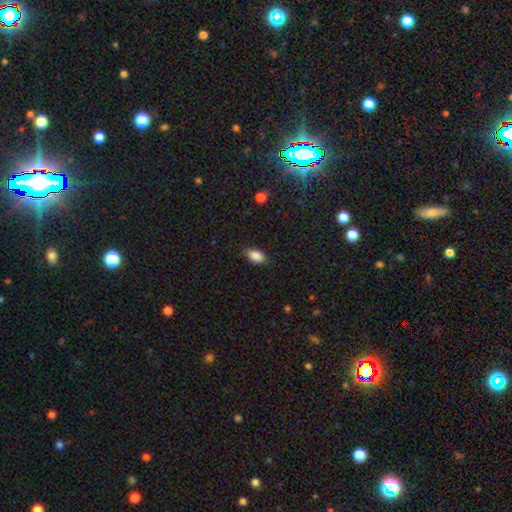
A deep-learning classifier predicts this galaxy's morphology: This is clearly a smooth galaxy (87%). How rounded: clearly in between (90%). Merging: clearly none (82%).